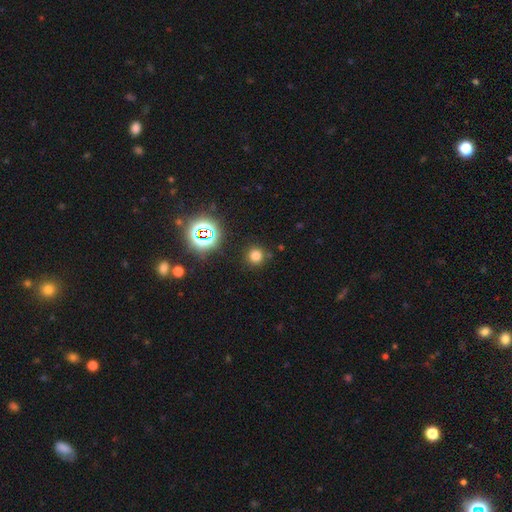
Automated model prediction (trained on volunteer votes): Q: Smooth or featured?
A: smooth (72%); runner-up: star or artifact (22%)
Q: How rounded?
A: round (93%); runner-up: in between (6%)
Q: Merging?
A: none (87%); runner-up: minor disturbance (7%)